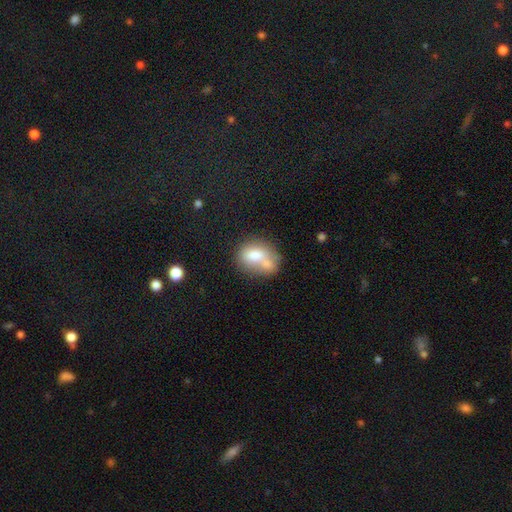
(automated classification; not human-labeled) The model was most divided on "merging": merger: 53%, none: 26%, minor disturbance: 14%, major disturbance: 7%. More confident: smooth or featured — smooth (72%); how rounded — in between (64%).